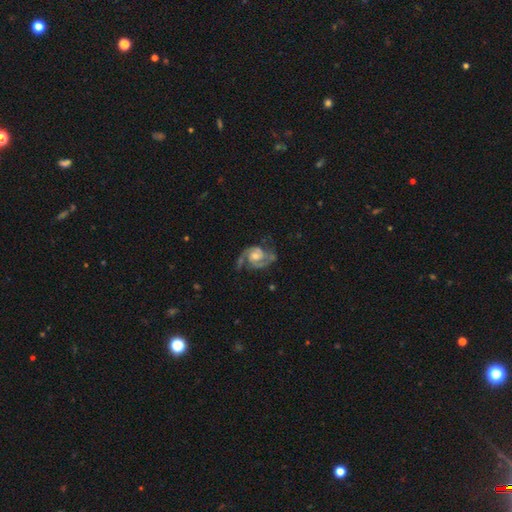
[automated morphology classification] Q: Smooth or featured?
A: featured or disk (91%); runner-up: star or artifact (5%)
Q: Edge-on disk?
A: no (98%); runner-up: yes (2%)
Q: Bar?
A: no (61%); runner-up: weak (31%)
Q: Spiral arms?
A: yes (98%); runner-up: no (2%)
Q: Spiral winding?
A: medium (56%); runner-up: tight (26%)
Q: Spiral arm count?
A: 2 (92%); runner-up: 3 (3%)
Q: Bulge size?
A: moderate (61%); runner-up: small (29%)
Q: Merging?
A: none (69%); runner-up: minor disturbance (19%)